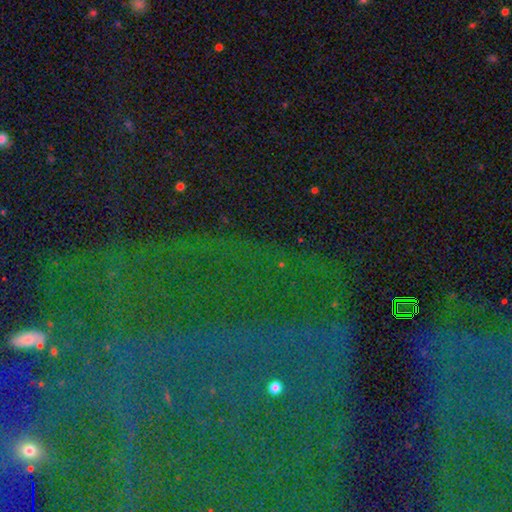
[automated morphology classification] type=star or artifact (80%).